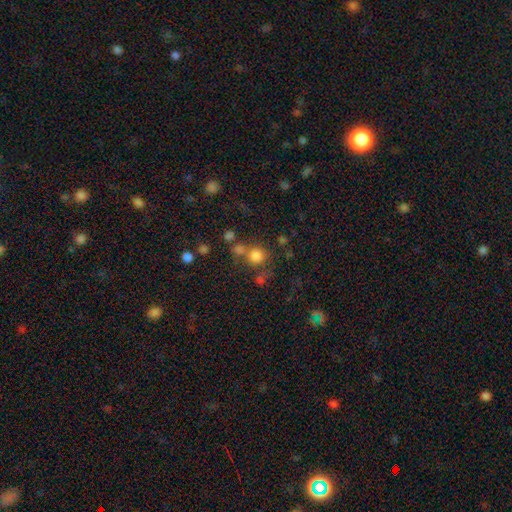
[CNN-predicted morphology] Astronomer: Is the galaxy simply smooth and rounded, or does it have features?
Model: smooth — 77%.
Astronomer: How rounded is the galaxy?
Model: round — 90%.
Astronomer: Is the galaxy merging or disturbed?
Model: none — 61%.